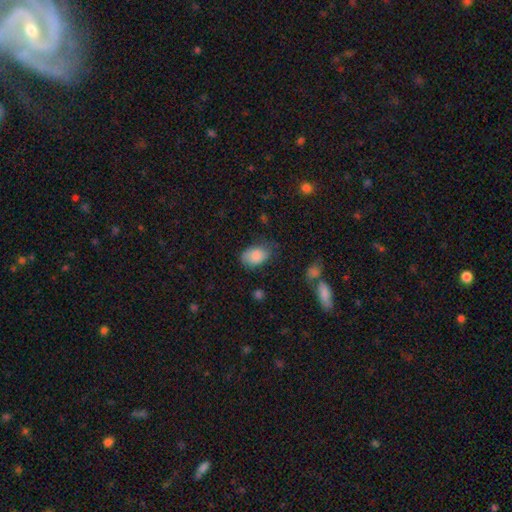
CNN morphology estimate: This is clearly a smooth galaxy (85%). How rounded: clearly in between (86%). Merging: likely none (63%).